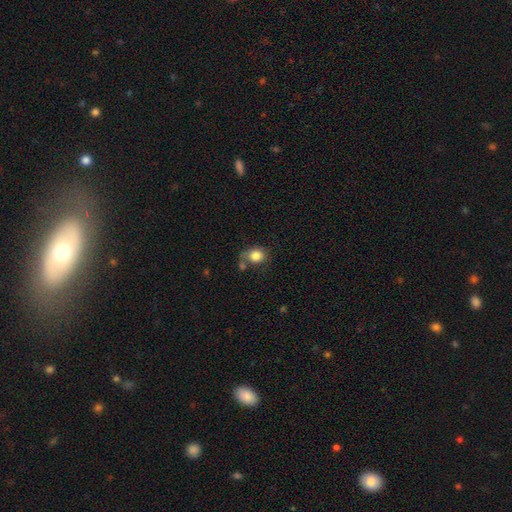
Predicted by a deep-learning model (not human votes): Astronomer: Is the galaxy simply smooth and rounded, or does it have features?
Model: smooth — 83%.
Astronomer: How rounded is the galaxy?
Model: round — 63%.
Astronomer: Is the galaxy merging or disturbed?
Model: none — 53%.